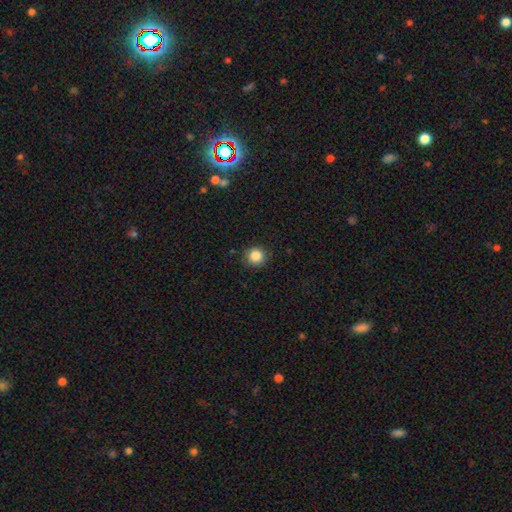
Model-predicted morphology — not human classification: A smooth galaxy with no disk features (86%) that is round (93%).

Vote fractions:
- Smooth or featured? smooth: 86% / star or artifact: 11% / featured or disk: 4%
- How rounded? round: 93% / in between: 6% / cigar-shaped: 1%
- Merging? none: 88% / minor disturbance: 9% / major disturbance: 2% / merger: 1%